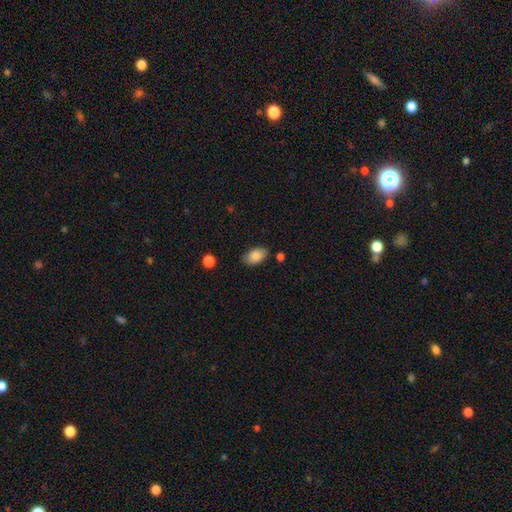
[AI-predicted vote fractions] Q: Smooth or featured?
A: smooth (85%); runner-up: featured or disk (7%)
Q: How rounded?
A: in between (92%); runner-up: round (6%)
Q: Merging?
A: none (78%); runner-up: minor disturbance (15%)